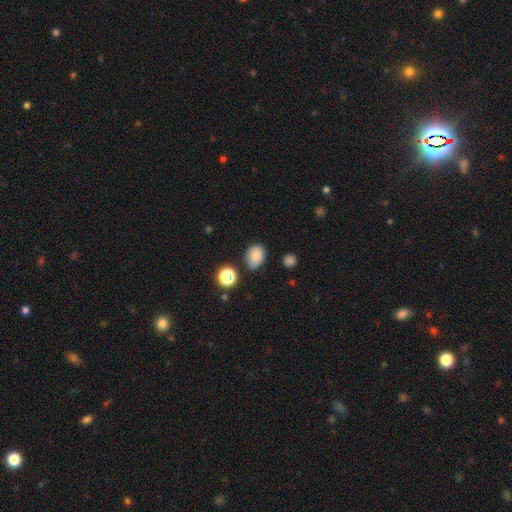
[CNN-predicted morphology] Smooth or featured: smooth — 82% (star or artifact — 12%)
How rounded: in between — 63% (round — 36%)
Merging: none — 74% (minor disturbance — 18%)